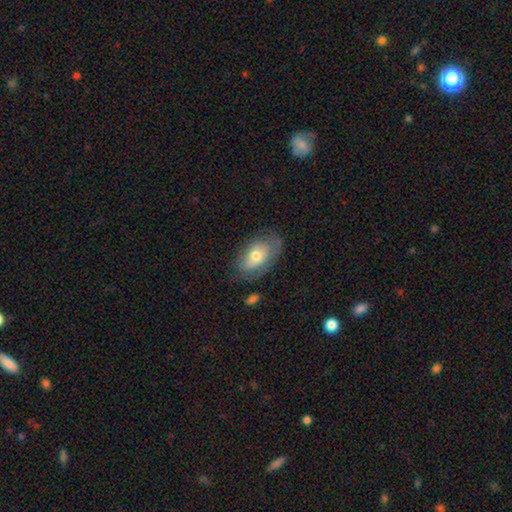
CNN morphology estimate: smooth 63%, featured or disk 30%, star or artifact 7%. Down the decision tree: how rounded — in between (90%); merging — none (65%).